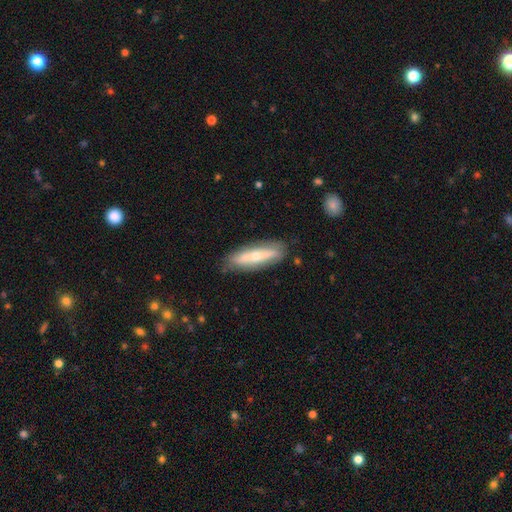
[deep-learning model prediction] Overall: featured or disk (51%; smooth 43%). Edge-on disk: yes (52%; no 48%). Merging: none (80%).